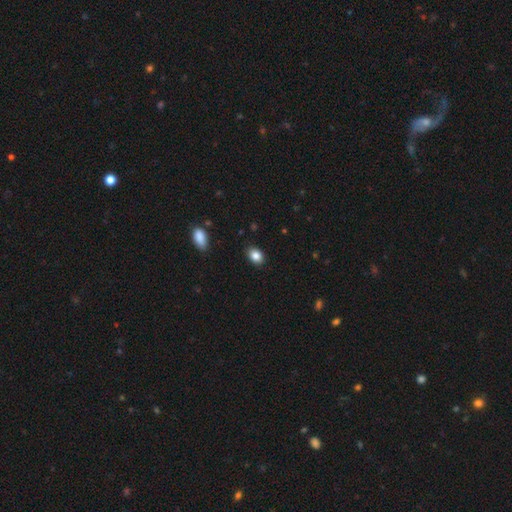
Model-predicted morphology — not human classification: Smooth or featured: smooth — 85% (star or artifact — 9%)
How rounded: in between — 77% (round — 21%)
Merging: none — 87% (minor disturbance — 10%)